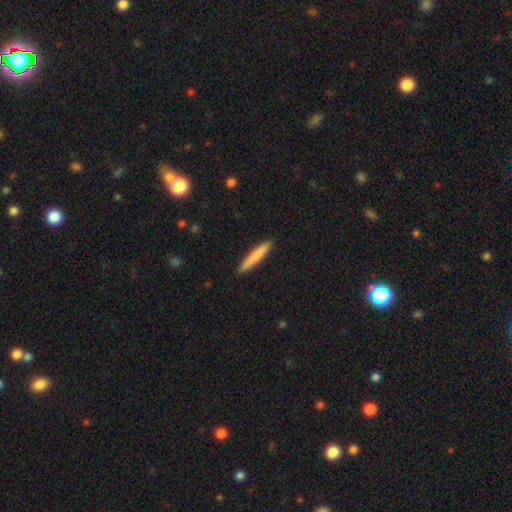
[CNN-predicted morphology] A smooth galaxy with no disk features (77%) that is cigar-shaped (94%). Merging: none (90%).